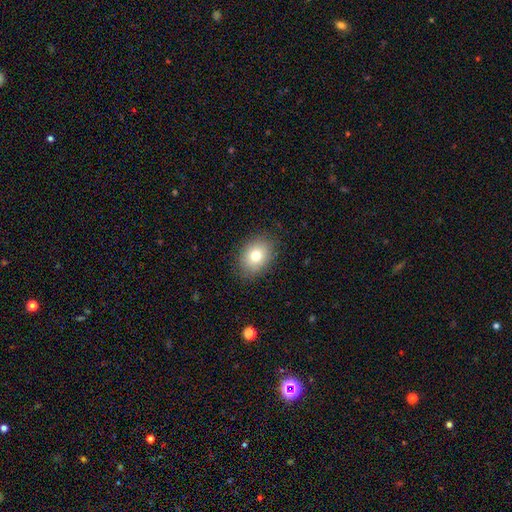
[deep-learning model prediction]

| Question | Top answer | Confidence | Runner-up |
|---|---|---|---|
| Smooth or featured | smooth | 76% | featured or disk (13%) |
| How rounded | in between | 64% | round (35%) |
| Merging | none | 85% | minor disturbance (11%) |